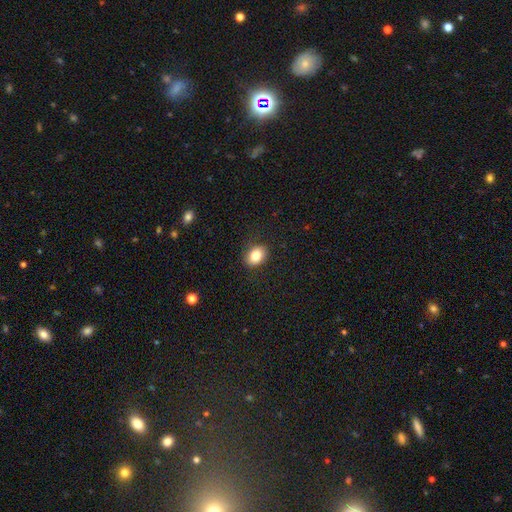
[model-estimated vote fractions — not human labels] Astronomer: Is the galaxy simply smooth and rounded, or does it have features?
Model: smooth — 85%.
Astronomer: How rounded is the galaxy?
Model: in between — 64%.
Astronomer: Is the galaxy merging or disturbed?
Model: none — 86%.